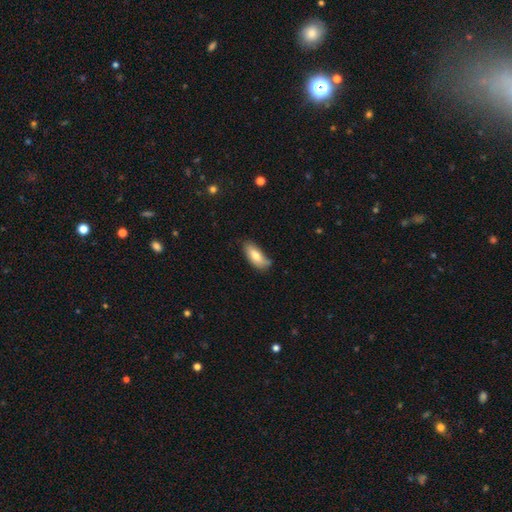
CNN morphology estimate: Q: Smooth or featured?
A: smooth (76%); runner-up: featured or disk (18%)
Q: How rounded?
A: in between (83%); runner-up: cigar-shaped (15%)
Q: Merging?
A: none (63%); runner-up: minor disturbance (29%)